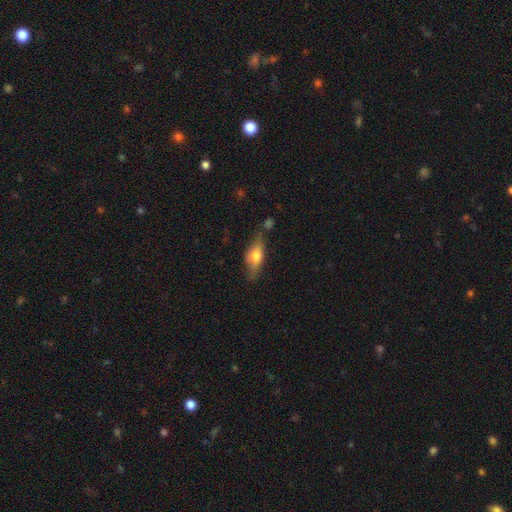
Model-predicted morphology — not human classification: smooth-or-featured: smooth: 56% | featured or disk: 37% | star or artifact: 7%
  how-rounded: in between: 62% | cigar-shaped: 35% | round: 4%
  merging: none: 62% | minor disturbance: 25% | major disturbance: 7% | merger: 6%